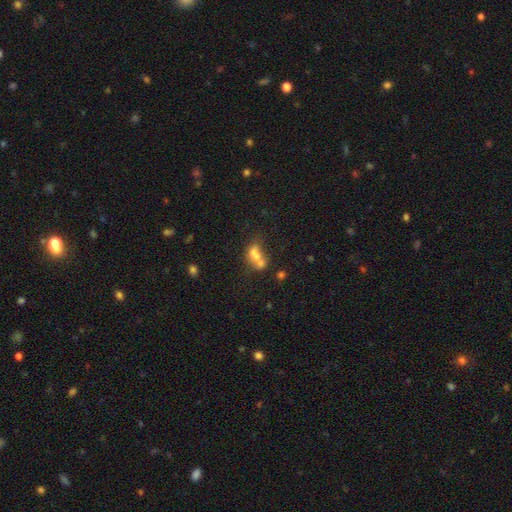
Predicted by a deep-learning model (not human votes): A smooth galaxy with no disk features (58%) that is in between round and cigar-shaped (56%).

Vote fractions:
- Smooth or featured? smooth: 58% / featured or disk: 27% / star or artifact: 15%
- How rounded? in between: 56% / round: 41% / cigar-shaped: 3%
- Merging? merger: 64% / none: 22% / minor disturbance: 8% / major disturbance: 7%